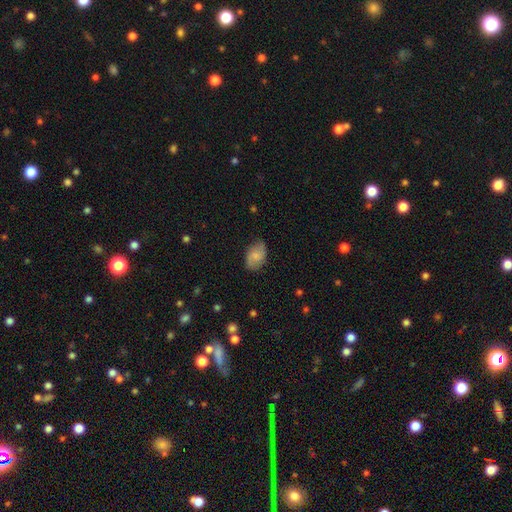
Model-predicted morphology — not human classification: Smooth or featured: smooth — 62% (featured or disk — 31%)
How rounded: in between — 87% (round — 12%)
Merging: none — 77% (minor disturbance — 19%)